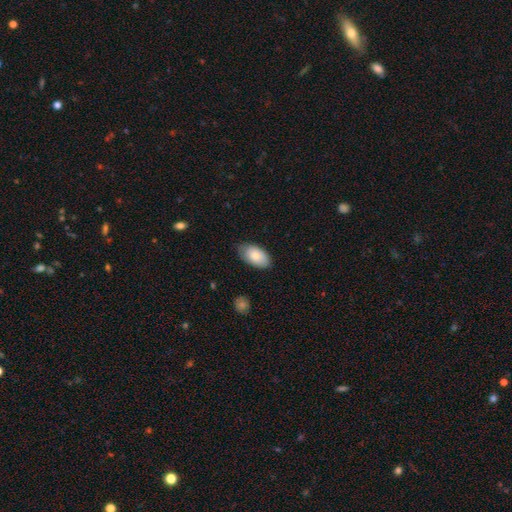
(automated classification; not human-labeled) Smooth or featured? Predicted: smooth (p=0.80). How rounded? Predicted: in between (p=0.95). Merging? Predicted: none (p=0.77).